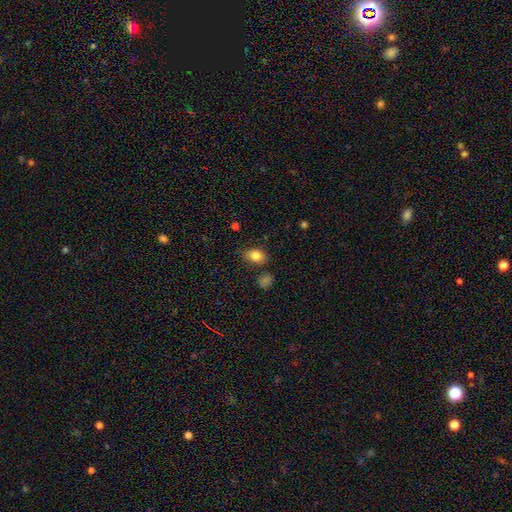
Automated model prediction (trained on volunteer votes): Smooth or featured: smooth — 83% (star or artifact — 9%)
How rounded: in between — 71% (round — 27%)
Merging: none — 78% (minor disturbance — 15%)